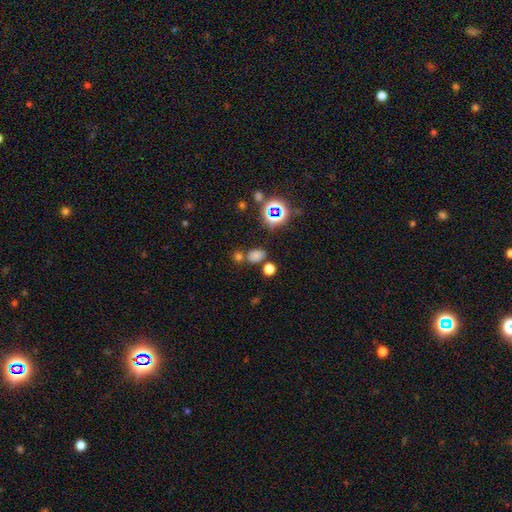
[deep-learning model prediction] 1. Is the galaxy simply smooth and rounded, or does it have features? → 67% smooth, 27% star or artifact, 6% featured or disk.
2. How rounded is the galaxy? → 75% in between, 23% round, 2% cigar-shaped.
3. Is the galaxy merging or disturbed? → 69% none, 15% merger, 11% minor disturbance, 5% major disturbance.